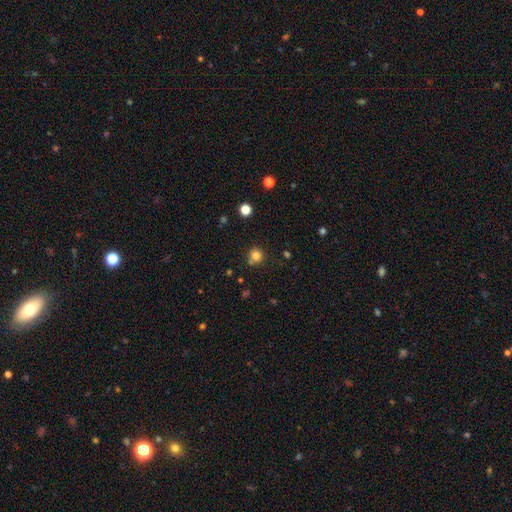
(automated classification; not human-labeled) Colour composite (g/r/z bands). It shows a smooth galaxy with no disk features (80%) that is round (90%). Merging: none (72%).